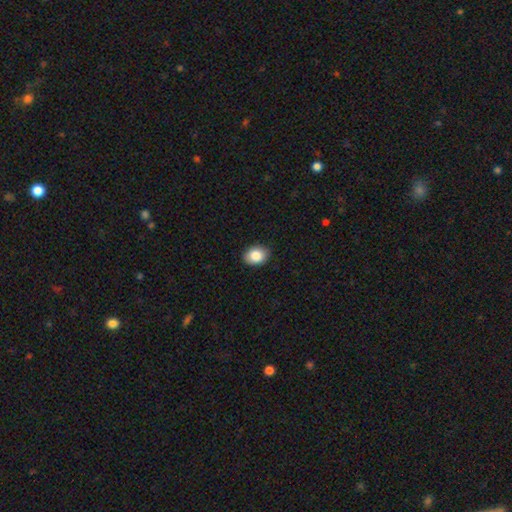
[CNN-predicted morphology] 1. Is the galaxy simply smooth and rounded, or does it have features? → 86% smooth, 8% star or artifact, 6% featured or disk.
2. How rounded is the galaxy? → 66% in between, 33% round, 1% cigar-shaped.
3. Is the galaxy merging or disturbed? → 89% none, 8% minor disturbance, 2% major disturbance, 1% merger.